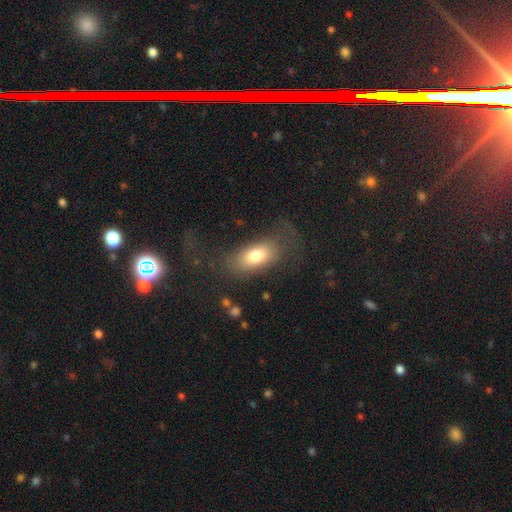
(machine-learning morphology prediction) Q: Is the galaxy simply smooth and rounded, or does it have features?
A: smooth — 73%.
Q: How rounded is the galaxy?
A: in between — 87%.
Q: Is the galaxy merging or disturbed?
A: none — 59%.